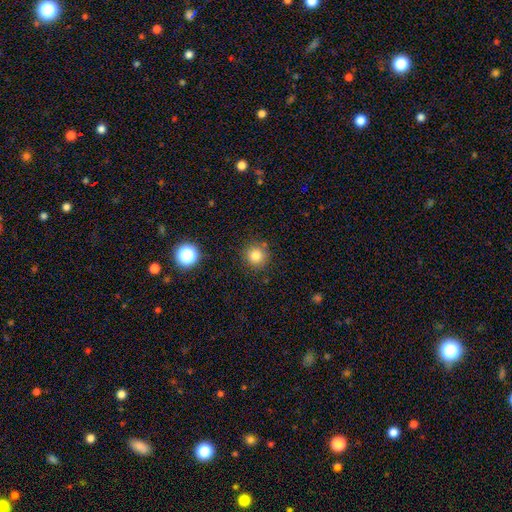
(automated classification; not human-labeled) Smooth or featured?
  - smooth: 81% *
  - star or artifact: 13%
  - featured or disk: 6%
How rounded?
  - round: 93% *
  - in between: 6%
  - cigar-shaped: 1%
Merging?
  - none: 87% *
  - minor disturbance: 8%
  - major disturbance: 3%
  - merger: 3%